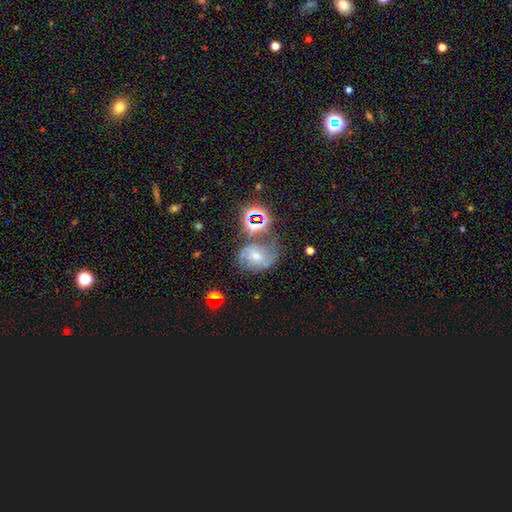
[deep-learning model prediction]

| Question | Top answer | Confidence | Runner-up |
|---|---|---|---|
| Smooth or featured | featured or disk | 59% | star or artifact (26%) |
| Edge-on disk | no | 97% | yes (3%) |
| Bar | no | 50% | weak (39%) |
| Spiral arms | yes | 90% | no (10%) |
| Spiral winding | medium | 48% | tight (36%) |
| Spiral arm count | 2 | 54% | can't tell (22%) |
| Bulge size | moderate | 55% | small (34%) |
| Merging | none | 55% | minor disturbance (19%) |